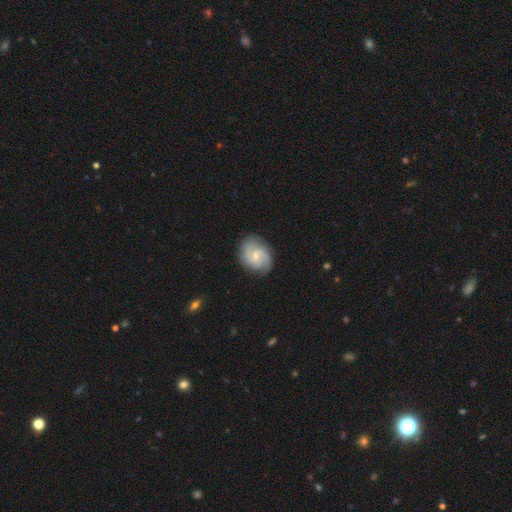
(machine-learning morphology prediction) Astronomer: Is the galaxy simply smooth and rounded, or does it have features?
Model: featured or disk — 83%.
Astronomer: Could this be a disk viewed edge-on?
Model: no — 98%.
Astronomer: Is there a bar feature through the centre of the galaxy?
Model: no — 49% (runner-up: weak, 44%).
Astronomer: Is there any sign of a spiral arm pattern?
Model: yes — 97%.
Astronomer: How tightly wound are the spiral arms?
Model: medium — 48% (runner-up: tight, 38%).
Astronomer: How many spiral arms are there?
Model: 2 — 68%.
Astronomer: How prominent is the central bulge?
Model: small — 58% (runner-up: moderate, 38%).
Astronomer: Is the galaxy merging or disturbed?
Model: none — 82%.